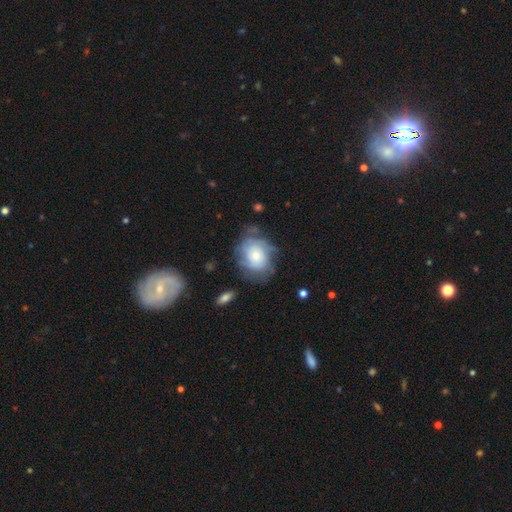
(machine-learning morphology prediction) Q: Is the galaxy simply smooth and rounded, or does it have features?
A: featured or disk — 51%.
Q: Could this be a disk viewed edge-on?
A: no — 96%.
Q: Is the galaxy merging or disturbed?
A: none — 55%.